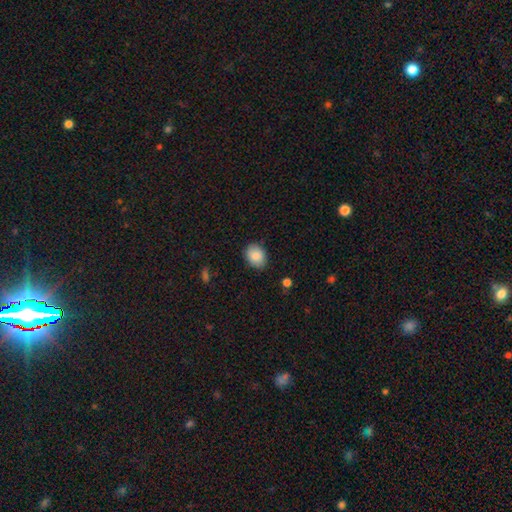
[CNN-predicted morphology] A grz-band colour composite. It shows a smooth galaxy with no disk features (87%) that is in between round and cigar-shaped (61%). Merging: none (85%).